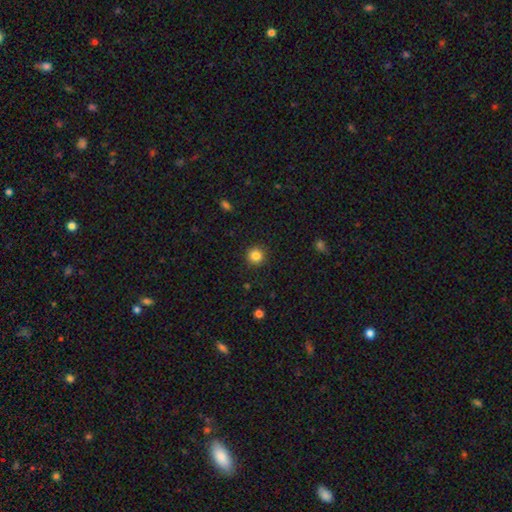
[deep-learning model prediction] Overall: smooth (84%). How rounded: round (95%). Merging: none (92%).